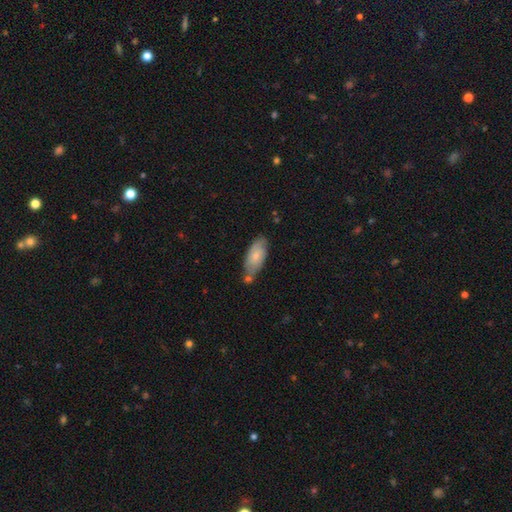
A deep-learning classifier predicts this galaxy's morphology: smooth 68%, featured or disk 26%, star or artifact 6%. Down the decision tree: how rounded — in between (86%); merging — none (56%).